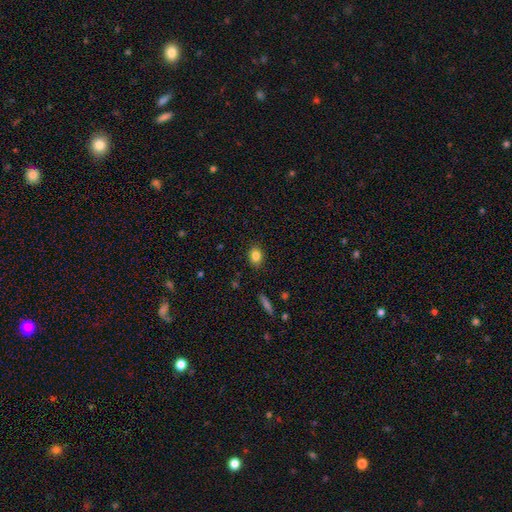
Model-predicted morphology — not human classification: A smooth galaxy with no disk features (83%) that is in between round and cigar-shaped (56%).

Vote fractions:
- Smooth or featured? smooth: 83% / star or artifact: 10% / featured or disk: 7%
- How rounded? in between: 56% / round: 43% / cigar-shaped: 2%
- Merging? none: 88% / minor disturbance: 9% / major disturbance: 2% / merger: 1%